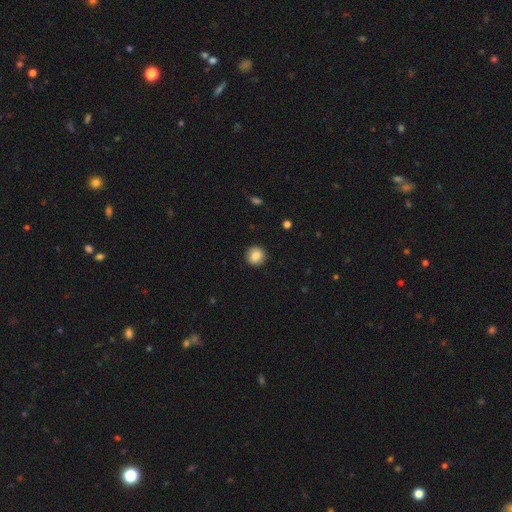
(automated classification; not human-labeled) Smooth or featured: smooth — 86% (star or artifact — 9%)
How rounded: round — 86% (in between — 13%)
Merging: none — 89% (minor disturbance — 8%)